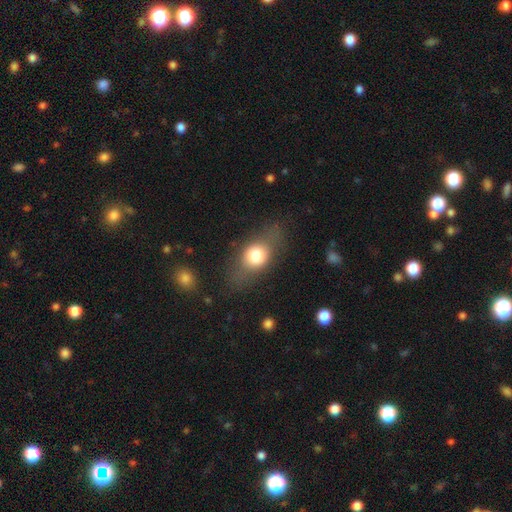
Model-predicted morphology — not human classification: Smooth or featured: smooth — 69% (featured or disk — 21%)
How rounded: in between — 61% (round — 34%)
Merging: none — 72% (minor disturbance — 16%)